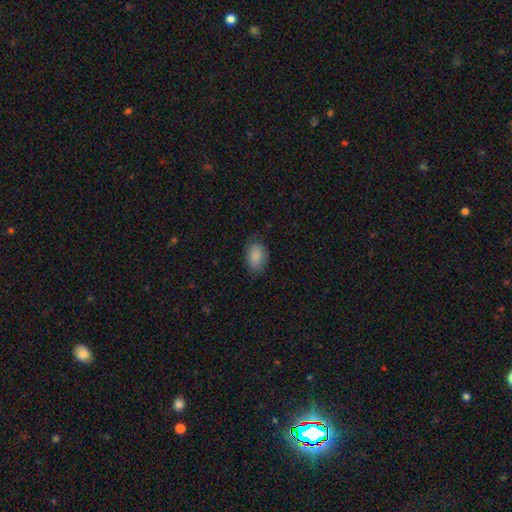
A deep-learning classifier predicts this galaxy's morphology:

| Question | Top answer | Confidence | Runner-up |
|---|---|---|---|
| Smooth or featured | smooth | 87% | star or artifact (7%) |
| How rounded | in between | 89% | round (9%) |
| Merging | none | 74% | minor disturbance (20%) |